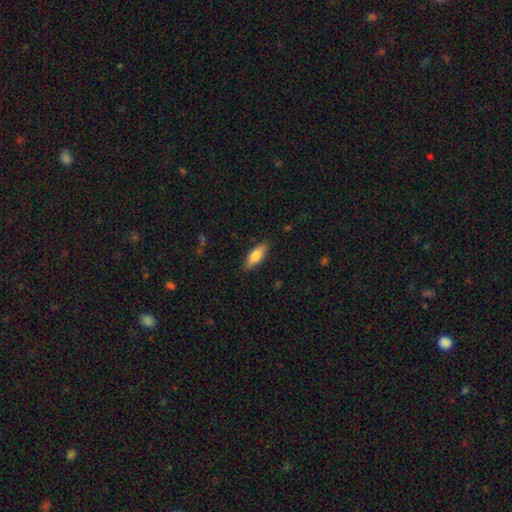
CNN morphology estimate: The model was most divided on "how rounded": in between: 73%, cigar-shaped: 25%, round: 2%. More confident: merging — none (86%); smooth or featured — smooth (77%).